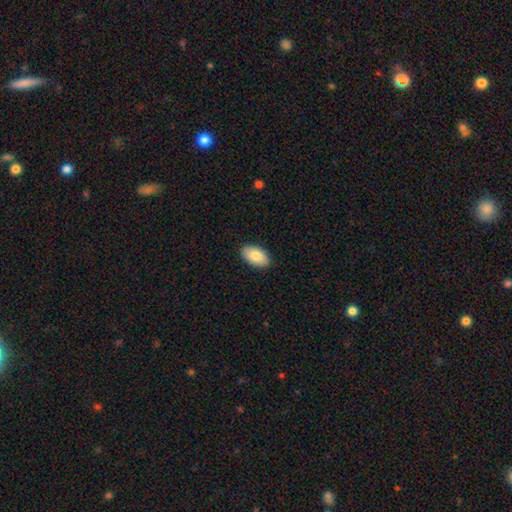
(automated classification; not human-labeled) smooth-or-featured: smooth: 82% | featured or disk: 12% | star or artifact: 6%
  how-rounded: in between: 95% | round: 4% | cigar-shaped: 1%
  merging: none: 89% | minor disturbance: 8% | major disturbance: 2% | merger: 1%